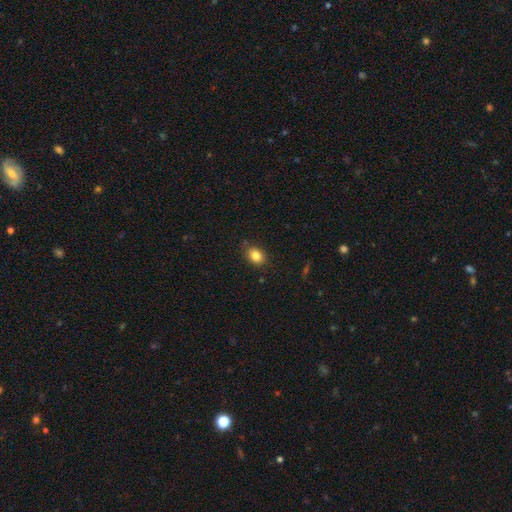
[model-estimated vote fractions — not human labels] A smooth galaxy with no disk features (84%) that is in between round and cigar-shaped (72%). Merging: none (82%).